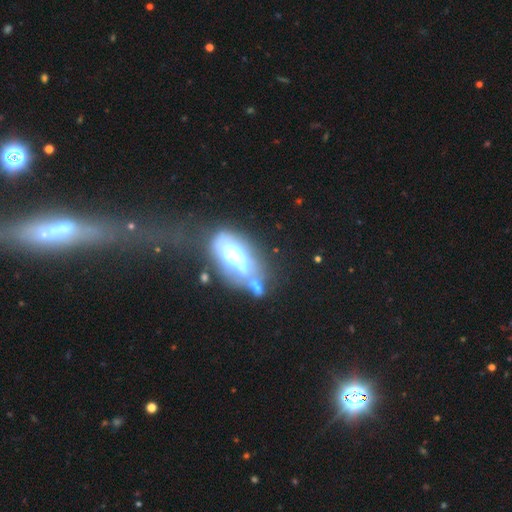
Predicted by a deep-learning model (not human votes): A featured or disk galaxy (41%). Merging: none (39%).